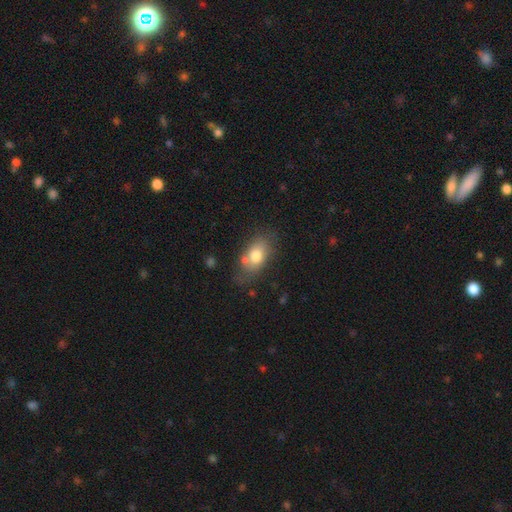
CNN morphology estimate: A smooth galaxy with no disk features (74%) that is in between round and cigar-shaped (85%).

Vote fractions:
- Smooth or featured? smooth: 74% / featured or disk: 18% / star or artifact: 8%
- How rounded? in between: 85% / round: 12% / cigar-shaped: 3%
- Merging? none: 59% / minor disturbance: 23% / merger: 9% / major disturbance: 8%